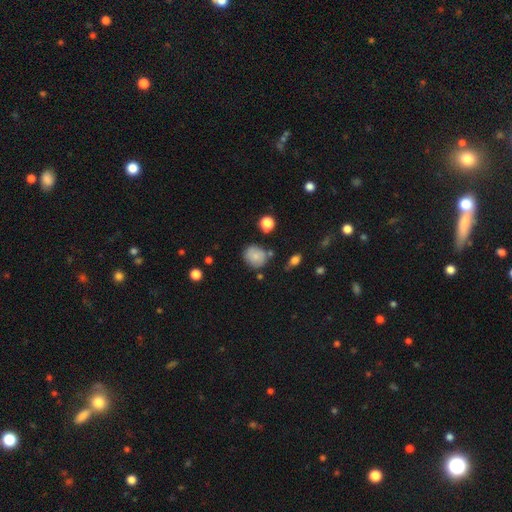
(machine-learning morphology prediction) Smooth or featured: smooth — 74% (featured or disk — 17%)
How rounded: round — 76% (in between — 23%)
Merging: none — 71% (minor disturbance — 19%)